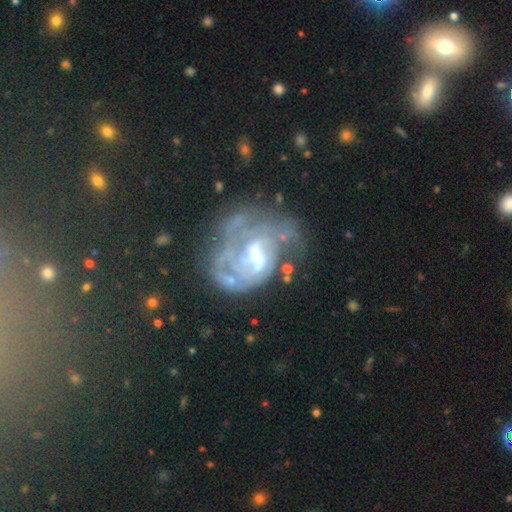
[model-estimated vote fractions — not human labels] Smooth or featured? featured or disk (76%)
Edge-on disk? no (98%)
Bar? no (52%)
Spiral arms? yes (71%)
Spiral winding? tight (40%)
Spiral arm count? can't tell (45%)
Bulge size? moderate (46%)
Merging? none (38%)